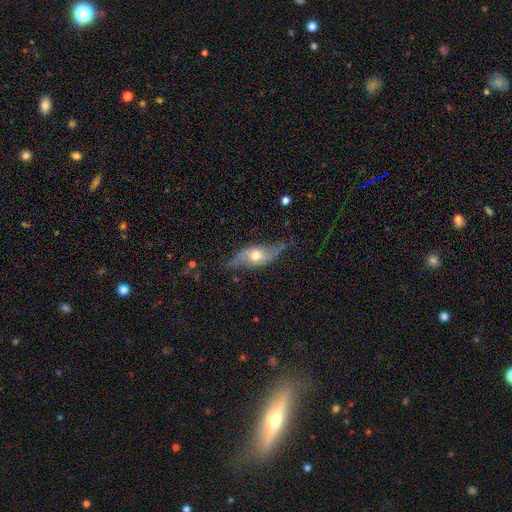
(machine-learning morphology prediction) smooth-or-featured: featured or disk: 61% | smooth: 33% | star or artifact: 7%
  disk-edge-on: no: 70% | yes: 30%
  merging: none: 61% | minor disturbance: 28% | major disturbance: 9% | merger: 2%